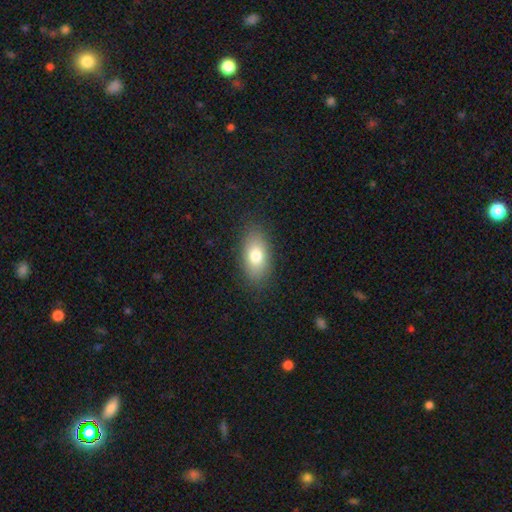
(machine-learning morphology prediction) Smooth or featured: smooth — 77% (featured or disk — 14%)
How rounded: in between — 89% (round — 7%)
Merging: none — 85% (minor disturbance — 11%)